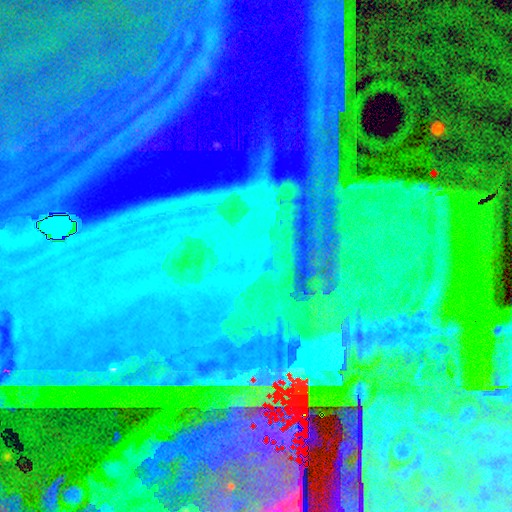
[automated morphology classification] A star or artifact, not a galaxy (88%).

Vote fractions:
- Smooth or featured? star or artifact: 88% / featured or disk: 7% / smooth: 5%